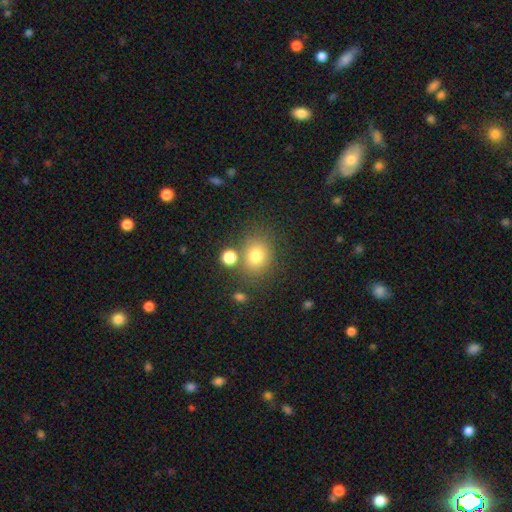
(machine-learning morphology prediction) type=smooth (76%); roundness=round (63%); merging=none (71%).